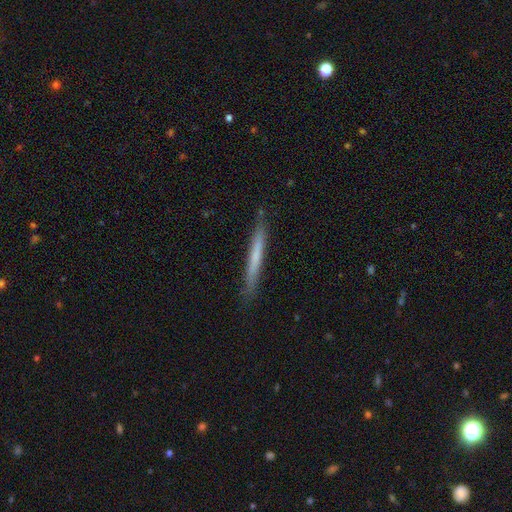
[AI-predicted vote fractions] Smooth or featured?
  - smooth: 57% *
  - featured or disk: 37%
  - star or artifact: 6%
How rounded?
  - cigar-shaped: 97% *
  - in between: 2%
  - round: 1%
Merging?
  - none: 86% *
  - minor disturbance: 11%
  - major disturbance: 2%
  - merger: 1%